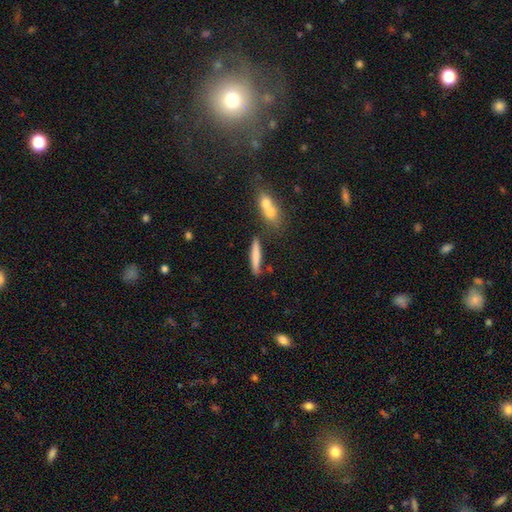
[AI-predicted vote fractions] Smooth or featured: smooth — 74% (featured or disk — 20%)
How rounded: cigar-shaped — 90% (in between — 8%)
Merging: none — 77% (minor disturbance — 12%)